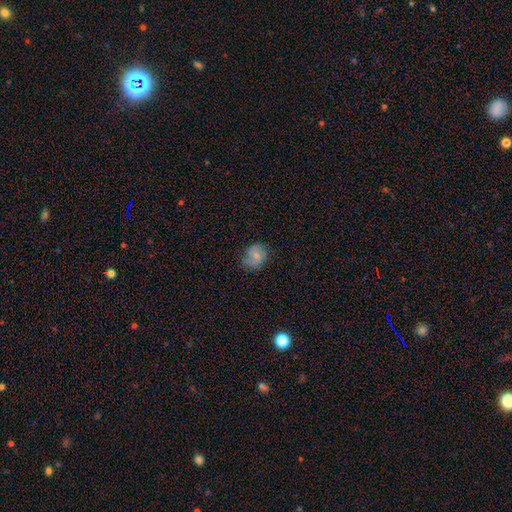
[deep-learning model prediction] Smooth or featured? Predicted: smooth (p=0.71). How rounded? Predicted: round (p=0.60). Merging? Predicted: none (p=0.66).